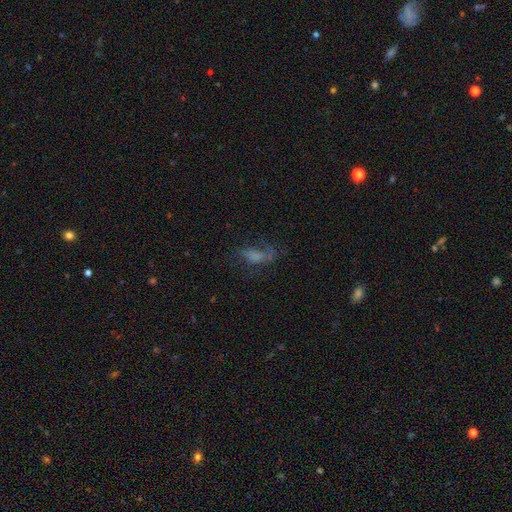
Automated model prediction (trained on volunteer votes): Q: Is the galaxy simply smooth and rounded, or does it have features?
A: smooth — 42%.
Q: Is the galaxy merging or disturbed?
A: none — 41%.